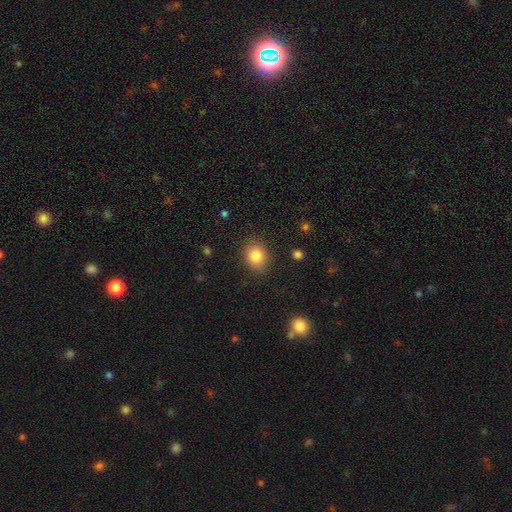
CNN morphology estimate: Overall: smooth (83%). How rounded: in between (51%; round 48%). Merging: none (86%).